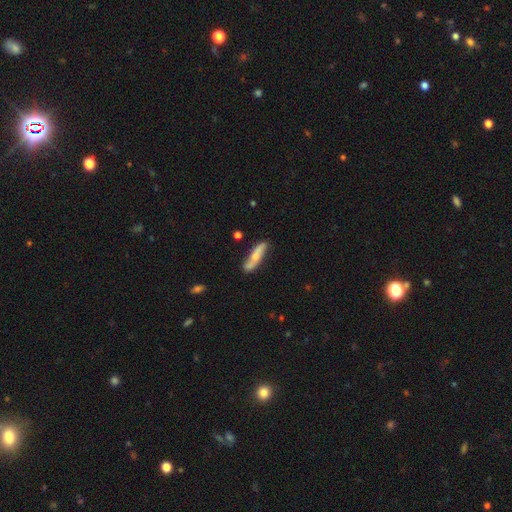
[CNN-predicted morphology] A smooth galaxy with no disk features (53%) that is cigar-shaped (75%). Merging: none (68%).